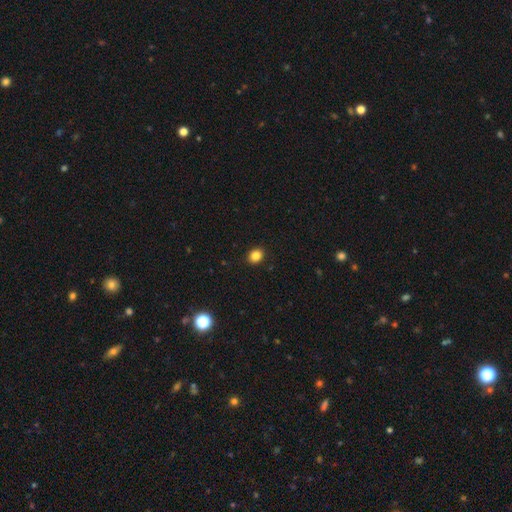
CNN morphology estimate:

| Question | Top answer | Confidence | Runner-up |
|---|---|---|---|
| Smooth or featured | smooth | 84% | star or artifact (12%) |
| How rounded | round | 66% | in between (34%) |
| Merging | none | 91% | minor disturbance (6%) |